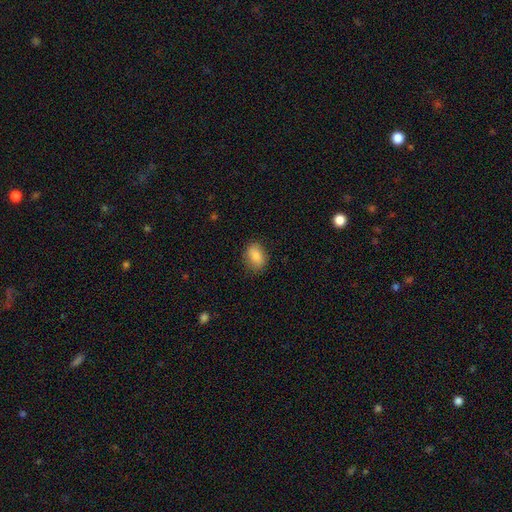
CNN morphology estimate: Q: Smooth or featured?
A: smooth (83%); runner-up: featured or disk (9%)
Q: How rounded?
A: in between (74%); runner-up: round (24%)
Q: Merging?
A: none (81%); runner-up: minor disturbance (14%)